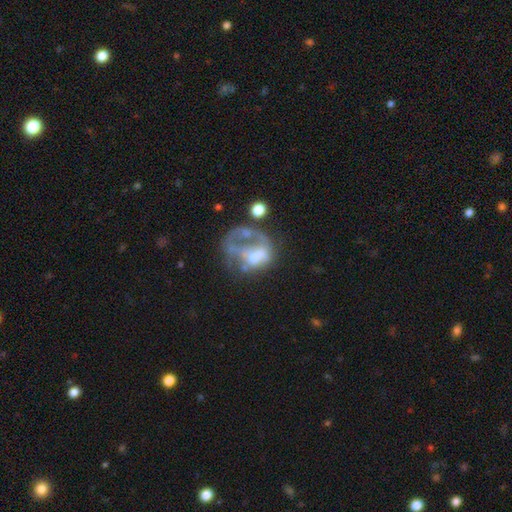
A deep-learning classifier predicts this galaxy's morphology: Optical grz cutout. It shows a featured or disk galaxy (59%) with no bar (75%), no spiral arms (79%) and no central bulge (48%). Merging: major disturbance (45%).